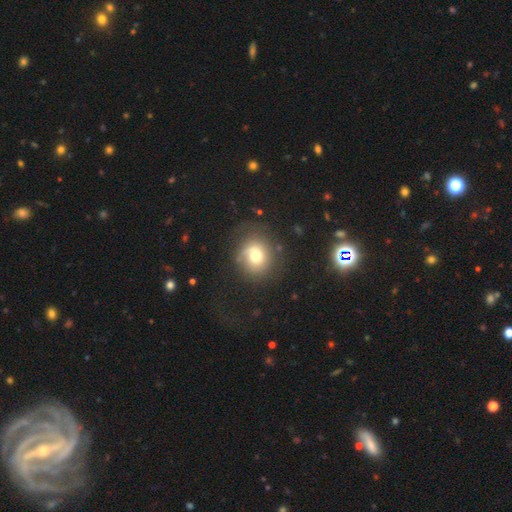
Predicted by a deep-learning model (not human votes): smooth_or_featured: smooth (p=0.64) [alt: featured or disk p=0.23]
how_rounded: round (p=0.81) [alt: in between p=0.18]
merging: none (p=0.64) [alt: minor disturbance p=0.20]